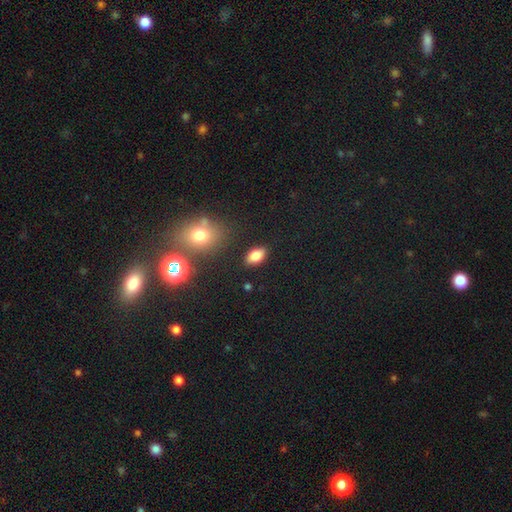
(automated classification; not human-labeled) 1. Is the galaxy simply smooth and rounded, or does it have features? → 82% smooth, 10% star or artifact, 8% featured or disk.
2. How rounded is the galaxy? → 90% in between, 7% round, 3% cigar-shaped.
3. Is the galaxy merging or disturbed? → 86% none, 9% minor disturbance, 2% major disturbance, 2% merger.